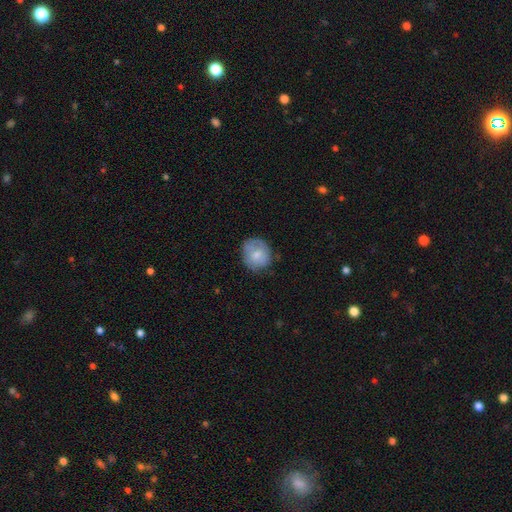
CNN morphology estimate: Overall: smooth (68%). How rounded: round (72%). Merging: none (64%; minor disturbance 26%).